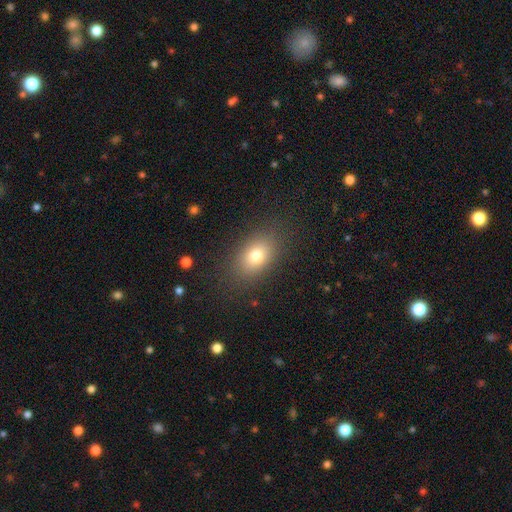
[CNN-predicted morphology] type=smooth (75%); roundness=in between (78%); merging=none (83%).